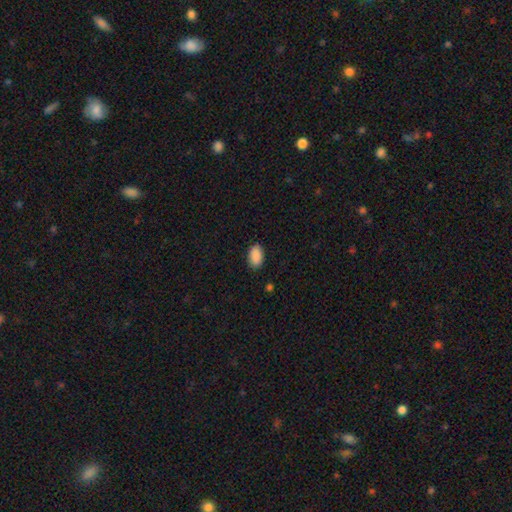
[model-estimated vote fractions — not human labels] Smooth or featured?
  - smooth: 90% *
  - star or artifact: 7%
  - featured or disk: 3%
How rounded?
  - in between: 94% *
  - round: 5%
  - cigar-shaped: 2%
Merging?
  - none: 88% *
  - minor disturbance: 9%
  - major disturbance: 2%
  - merger: 1%